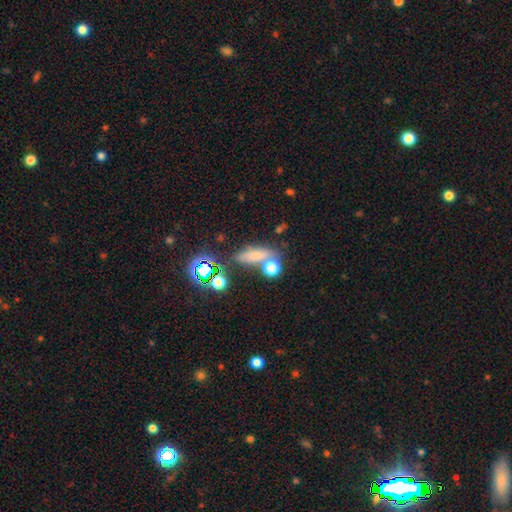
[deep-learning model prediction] Smooth or featured: smooth — 64% (star or artifact — 20%)
How rounded: in between — 43% (cigar-shaped — 42%)
Merging: none — 60% (merger — 18%)